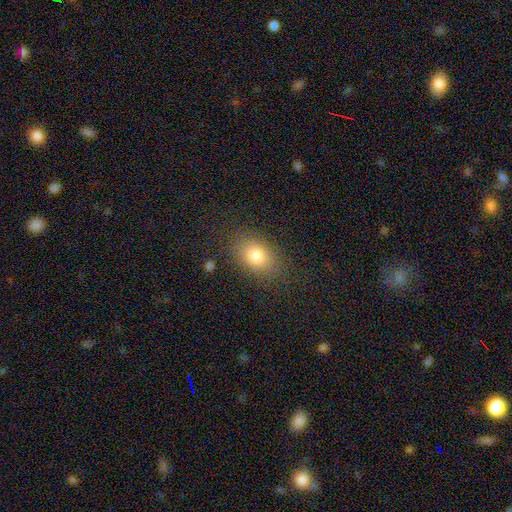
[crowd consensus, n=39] Q: Smooth or featured?
A: smooth (82%); runner-up: featured or disk (13%)
Q: How rounded?
A: in between (72%); runner-up: round (28%)
Q: Merging?
A: none (76%); runner-up: minor disturbance (16%)